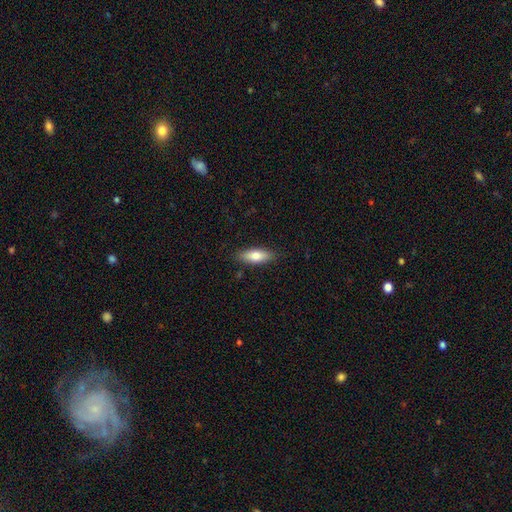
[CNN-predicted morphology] Q: Smooth or featured?
A: smooth (76%); runner-up: featured or disk (18%)
Q: How rounded?
A: in between (67%); runner-up: cigar-shaped (31%)
Q: Merging?
A: none (86%); runner-up: minor disturbance (11%)